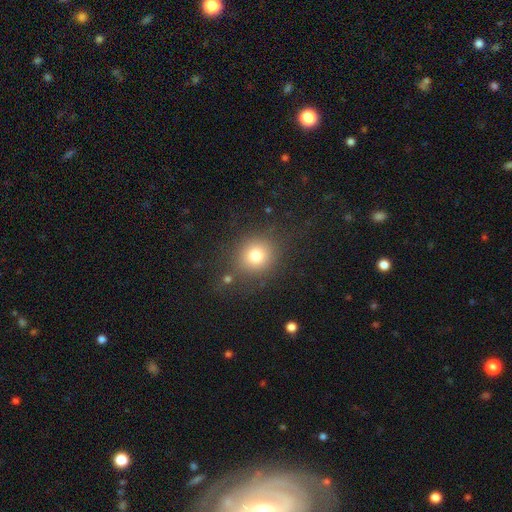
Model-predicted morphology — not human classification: Smooth or featured?
  - smooth: 77% *
  - star or artifact: 14%
  - featured or disk: 9%
How rounded?
  - round: 83% *
  - in between: 16%
  - cigar-shaped: 1%
Merging?
  - none: 80% *
  - minor disturbance: 11%
  - major disturbance: 5%
  - merger: 4%